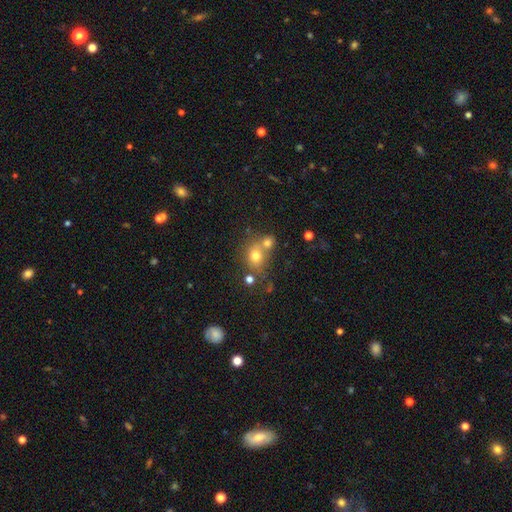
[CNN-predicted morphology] smooth-or-featured: smooth: 71% | star or artifact: 15% | featured or disk: 14%
  how-rounded: round: 68% | in between: 31% | cigar-shaped: 1%
  merging: none: 43% | merger: 42% | minor disturbance: 10% | major disturbance: 5%